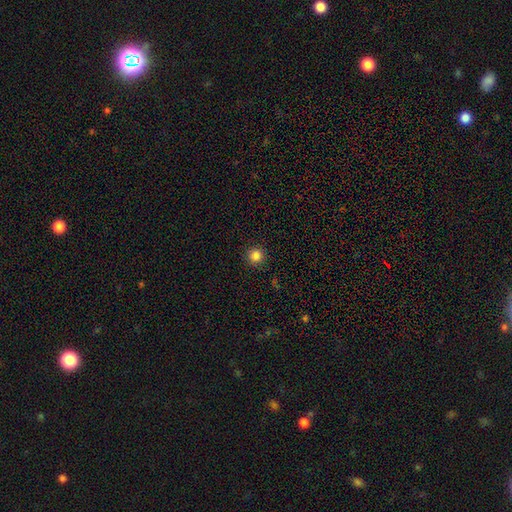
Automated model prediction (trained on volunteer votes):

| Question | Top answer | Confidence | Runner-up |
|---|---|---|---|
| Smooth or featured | smooth | 84% | star or artifact (12%) |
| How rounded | round | 96% | in between (3%) |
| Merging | none | 92% | minor disturbance (5%) |